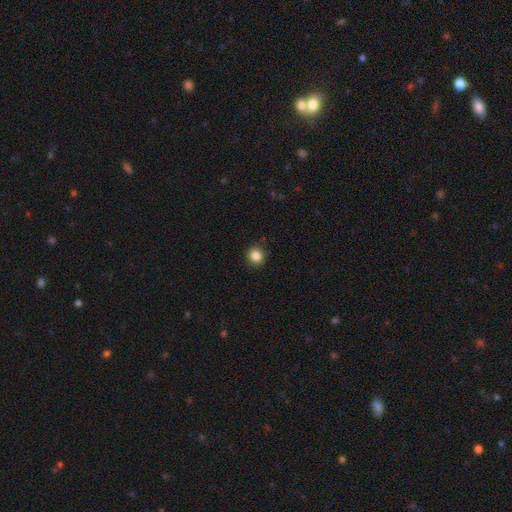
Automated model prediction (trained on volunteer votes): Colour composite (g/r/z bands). It shows a smooth galaxy with no disk features (85%) that is round (91%). Merging: none (91%).